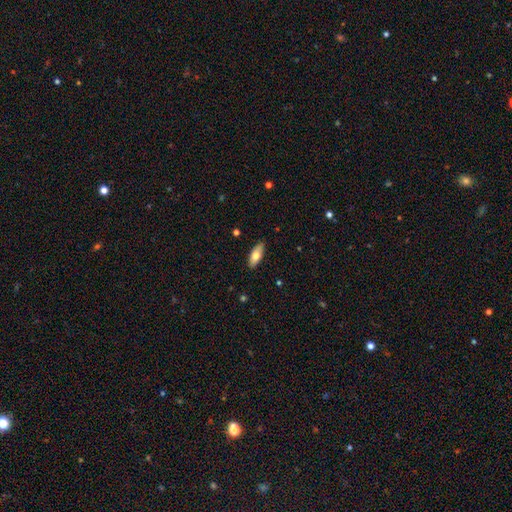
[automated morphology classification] Smooth or featured? Predicted: smooth (p=0.72). How rounded? Predicted: in between (p=0.75). Merging? Predicted: none (p=0.88).